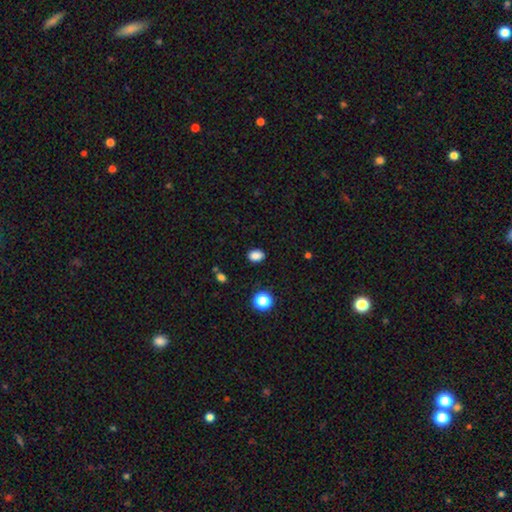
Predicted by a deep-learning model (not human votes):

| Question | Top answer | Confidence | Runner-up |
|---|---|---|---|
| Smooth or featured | smooth | 85% | star or artifact (11%) |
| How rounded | in between | 69% | round (30%) |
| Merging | none | 87% | minor disturbance (9%) |